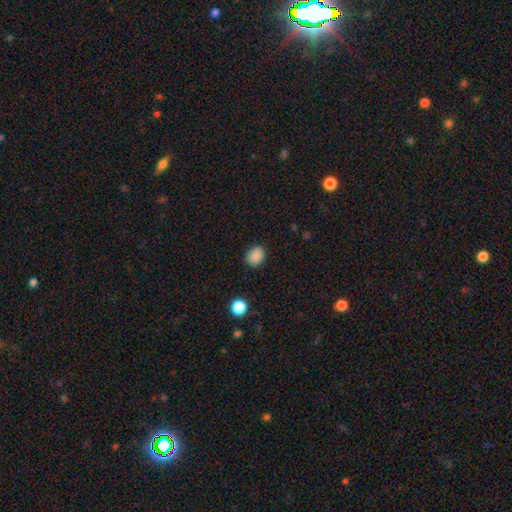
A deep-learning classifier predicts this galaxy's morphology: A smooth galaxy with no disk features (87%) that is round (51%).

Vote fractions:
- Smooth or featured? smooth: 87% / star or artifact: 10% / featured or disk: 3%
- How rounded? round: 51% / in between: 48% / cigar-shaped: 1%
- Merging? none: 85% / minor disturbance: 11% / major disturbance: 3% / merger: 1%